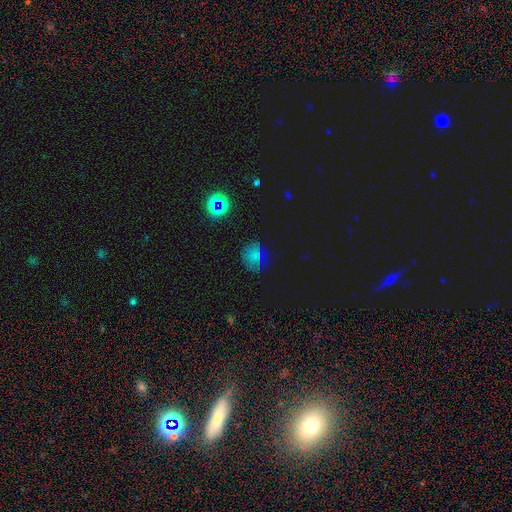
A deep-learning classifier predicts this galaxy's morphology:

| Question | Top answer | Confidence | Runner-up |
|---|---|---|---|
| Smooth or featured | smooth | 62% | star or artifact (27%) |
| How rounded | round | 58% | in between (40%) |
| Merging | none | 65% | minor disturbance (23%) |